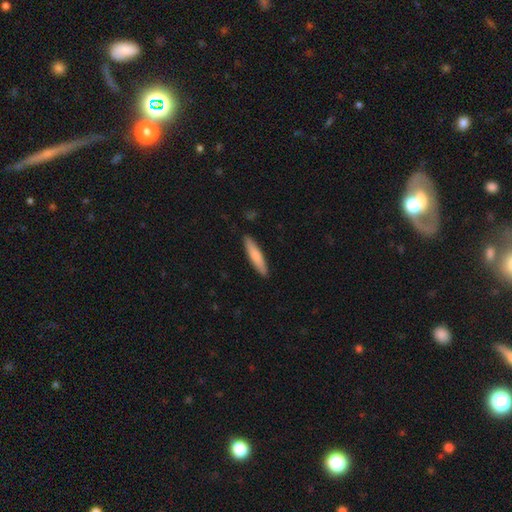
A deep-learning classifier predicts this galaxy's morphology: A smooth galaxy with no disk features (76%) that is cigar-shaped (86%). Merging: none (90%).